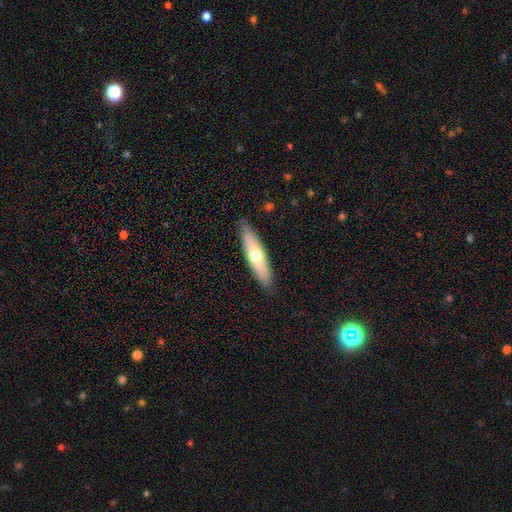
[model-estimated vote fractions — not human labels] Smooth or featured? Predicted: smooth (p=0.59). How rounded? Predicted: cigar-shaped (p=0.70). Merging? Predicted: none (p=0.87).